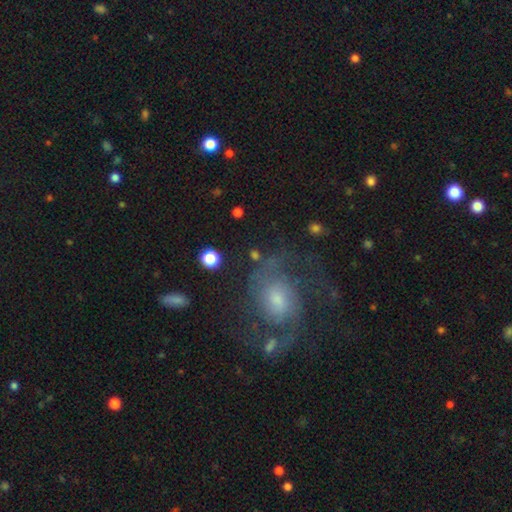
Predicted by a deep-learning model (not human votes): A featured or disk galaxy (48%).

Vote fractions:
- Smooth or featured? featured or disk: 48% / smooth: 36% / star or artifact: 16%
- Merging? none: 65% / minor disturbance: 16% / major disturbance: 13% / merger: 6%